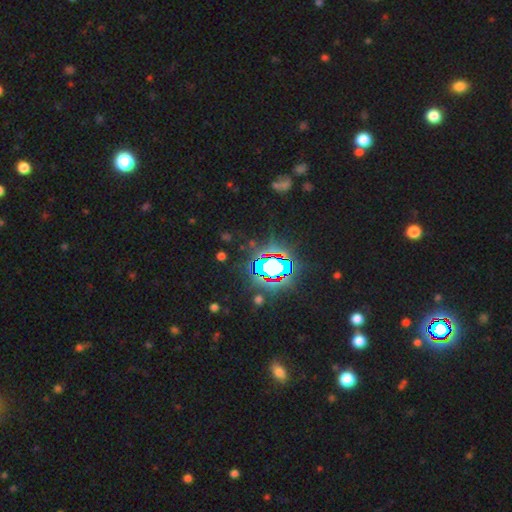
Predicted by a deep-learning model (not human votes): Smooth or featured? Predicted: star or artifact (p=0.83).